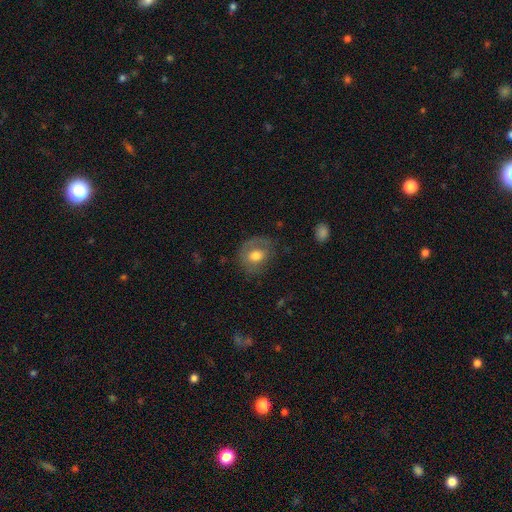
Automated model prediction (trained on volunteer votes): The model was most divided on "how rounded": round: 59%, in between: 40%, cigar-shaped: 1%. More confident: smooth or featured — smooth (62%); merging — none (60%).